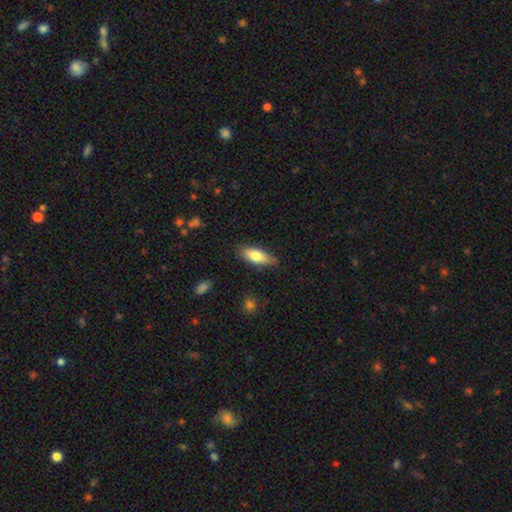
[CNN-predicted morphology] Q: Smooth or featured?
A: smooth (77%); runner-up: featured or disk (17%)
Q: How rounded?
A: in between (74%); runner-up: cigar-shaped (24%)
Q: Merging?
A: none (79%); runner-up: minor disturbance (17%)